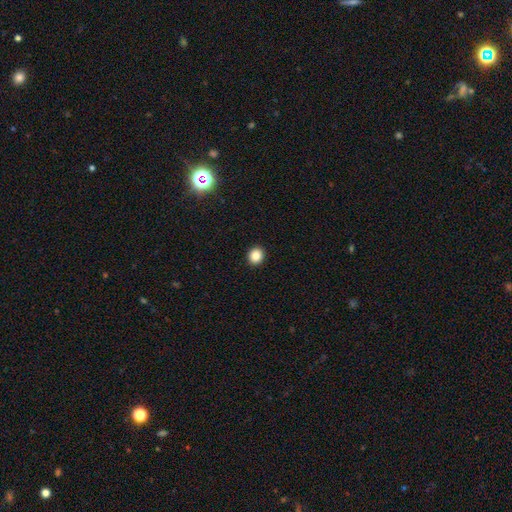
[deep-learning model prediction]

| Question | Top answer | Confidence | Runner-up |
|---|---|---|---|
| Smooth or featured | smooth | 86% | star or artifact (10%) |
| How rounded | round | 79% | in between (20%) |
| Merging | none | 93% | minor disturbance (4%) |